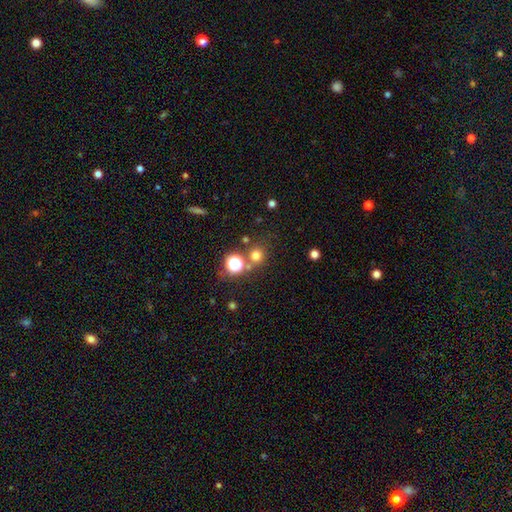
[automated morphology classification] smooth_or_featured: smooth (p=0.70) [alt: star or artifact p=0.23]
how_rounded: round (p=0.90) [alt: in between p=0.09]
merging: none (p=0.72) [alt: merger p=0.15]